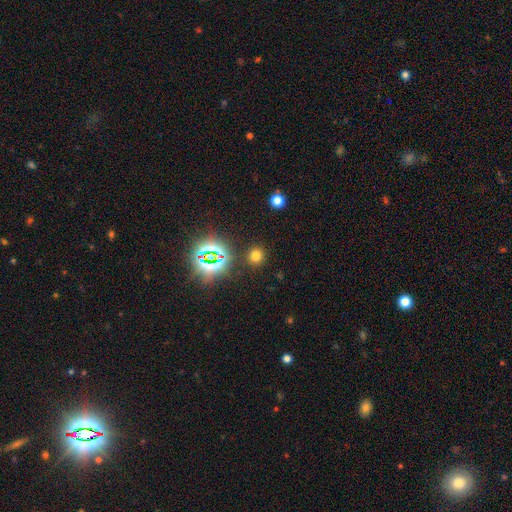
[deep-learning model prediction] Smooth or featured? smooth (67%)
How rounded? round (88%)
Merging? none (88%)